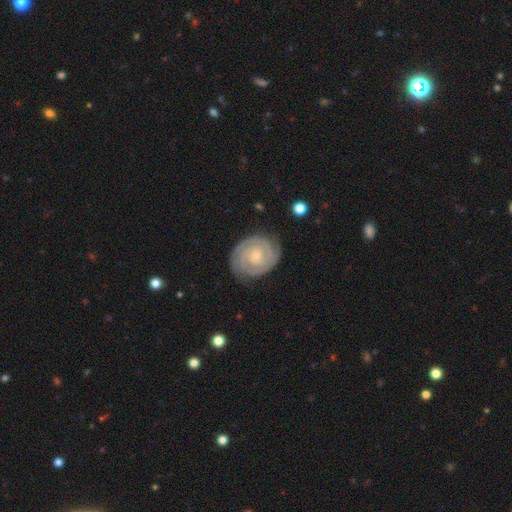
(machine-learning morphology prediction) A featured or disk galaxy (89%) with no bar (64%), 2 (76%) tight (83%) spiral arms (98%) and a small central bulge (70%). Merging: none (83%).